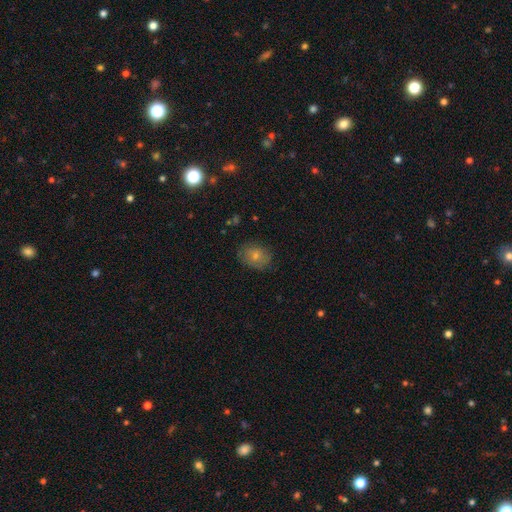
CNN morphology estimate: The model was most divided on "how rounded": in between: 59%, round: 40%, cigar-shaped: 1%. More confident: merging — none (77%); smooth or featured — smooth (76%).